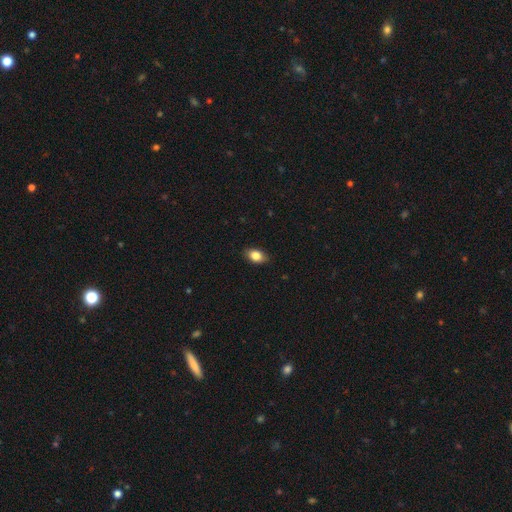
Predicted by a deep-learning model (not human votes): Smooth or featured? Predicted: smooth (p=0.83). How rounded? Predicted: in between (p=0.86). Merging? Predicted: none (p=0.86).